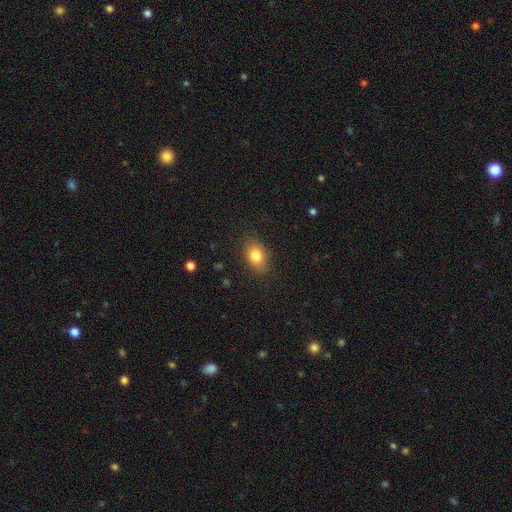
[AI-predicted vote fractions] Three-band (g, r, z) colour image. It shows a smooth galaxy with no disk features (82%) that is in between round and cigar-shaped (82%). Merging: none (84%).